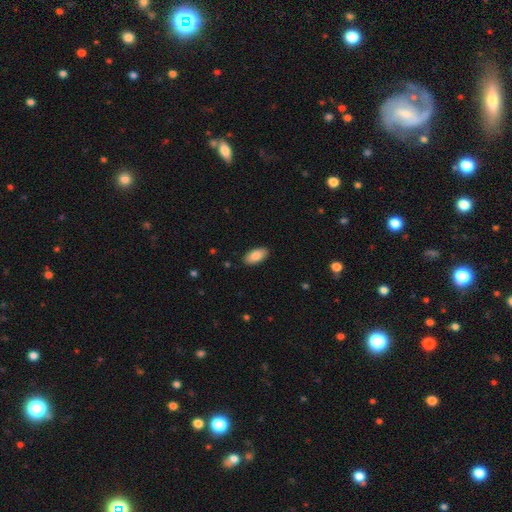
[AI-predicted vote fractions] smooth_or_featured: smooth (p=0.86) [alt: featured or disk p=0.07]
how_rounded: in between (p=0.94) [alt: cigar-shaped p=0.04]
merging: none (p=0.89) [alt: minor disturbance p=0.08]